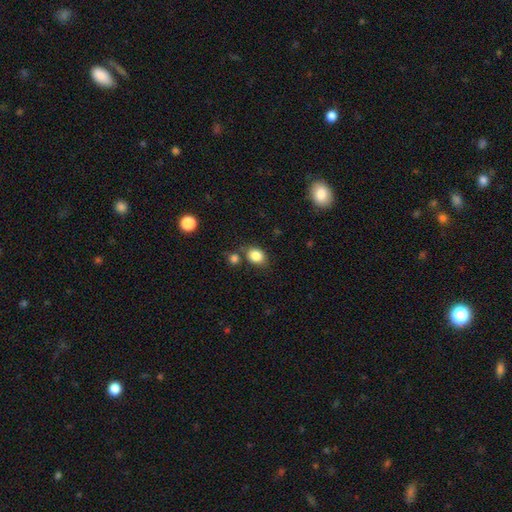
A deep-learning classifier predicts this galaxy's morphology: Q: Smooth or featured?
A: smooth (85%); runner-up: star or artifact (10%)
Q: How rounded?
A: in between (53%); runner-up: round (46%)
Q: Merging?
A: none (69%); runner-up: minor disturbance (14%)